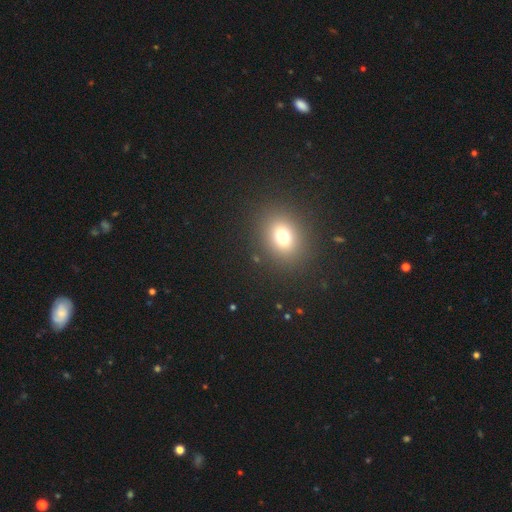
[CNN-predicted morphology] Q: Smooth or featured?
A: smooth (69%); runner-up: star or artifact (23%)
Q: How rounded?
A: round (52%); runner-up: in between (46%)
Q: Merging?
A: none (92%); runner-up: minor disturbance (5%)